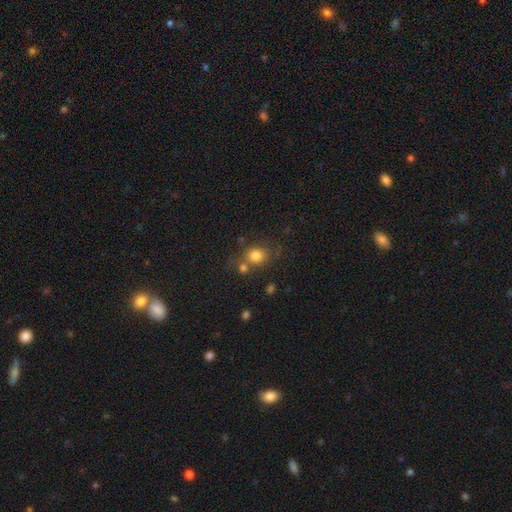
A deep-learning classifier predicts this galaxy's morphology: Smooth or featured: smooth — 79% (star or artifact — 12%)
How rounded: round — 66% (in between — 33%)
Merging: none — 61% (merger — 22%)